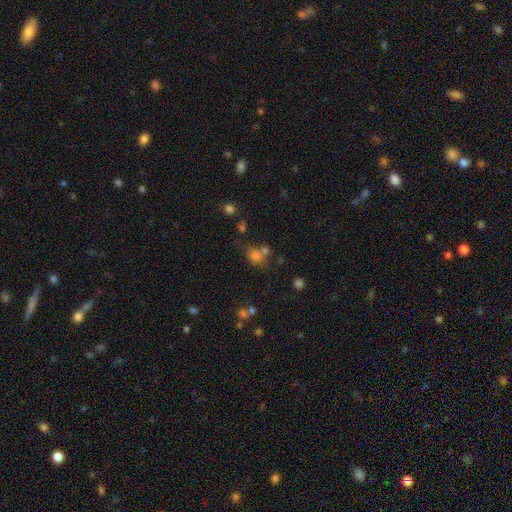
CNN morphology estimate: This appears to be a smooth galaxy with no disk features (71%) that is round (67%). Merging: none (47%).